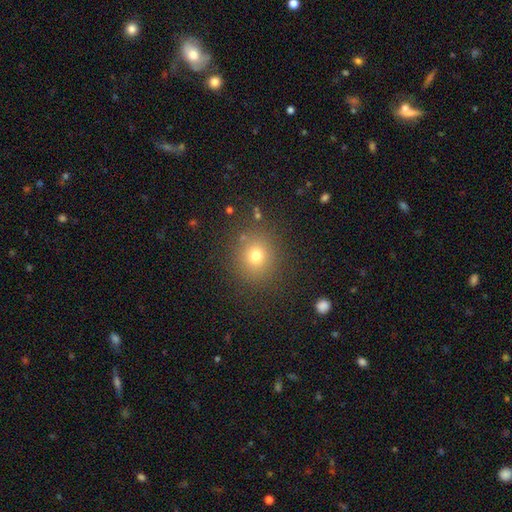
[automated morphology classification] Smooth or featured? Predicted: smooth (p=0.72). How rounded? Predicted: round (p=0.84). Merging? Predicted: none (p=0.85).